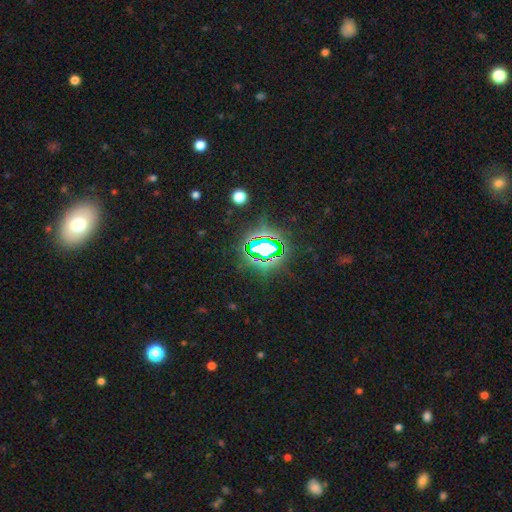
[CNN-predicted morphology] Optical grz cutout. It shows a star or artifact, not a galaxy (78%).